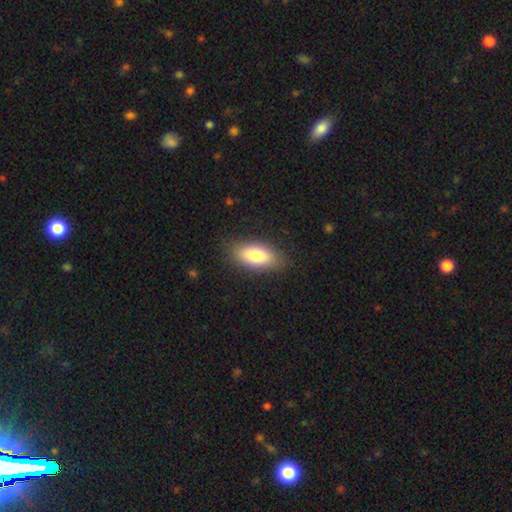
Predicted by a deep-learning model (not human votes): A smooth galaxy with no disk features (81%) that is in between round and cigar-shaped (87%). Merging: none (85%).